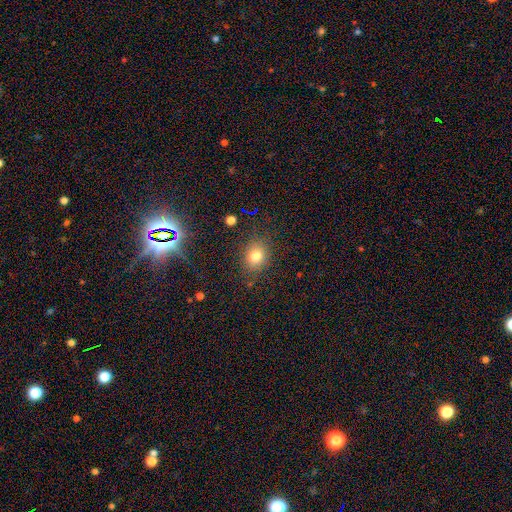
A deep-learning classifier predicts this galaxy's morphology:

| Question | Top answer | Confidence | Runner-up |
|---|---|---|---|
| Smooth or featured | smooth | 76% | star or artifact (16%) |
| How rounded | round | 62% | in between (37%) |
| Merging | none | 83% | minor disturbance (11%) |